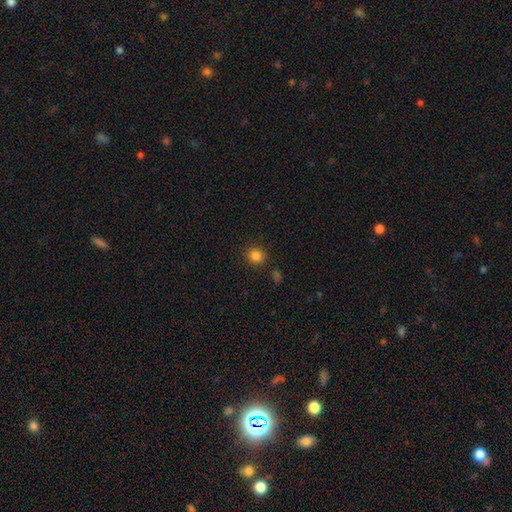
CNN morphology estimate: This appears to be a smooth galaxy with no disk features (84%) that is round (89%). Merging: none (86%).